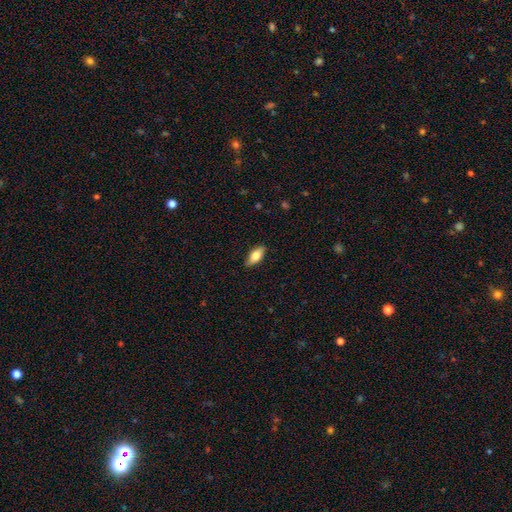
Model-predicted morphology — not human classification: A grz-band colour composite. It shows a smooth galaxy with no disk features (73%) that is in between round and cigar-shaped (84%). Merging: none (84%).